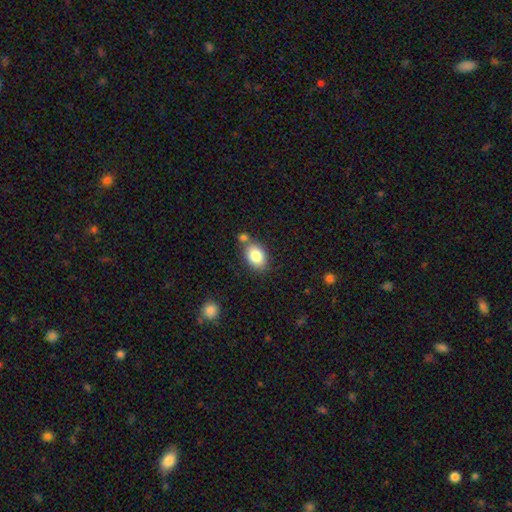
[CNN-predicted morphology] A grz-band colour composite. It shows a smooth galaxy with no disk features (82%) that is in between round and cigar-shaped (77%). Merging: none (63%).